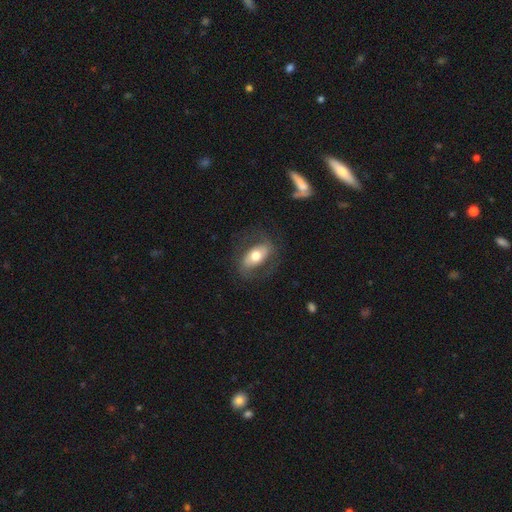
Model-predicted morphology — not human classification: smooth-or-featured: featured or disk: 49% | smooth: 45% | star or artifact: 6%
  merging: none: 73% | minor disturbance: 15% | major disturbance: 11% | merger: 1%